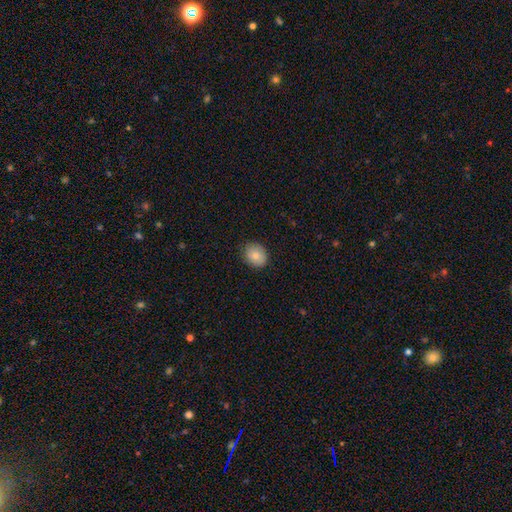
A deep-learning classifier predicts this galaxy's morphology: Smooth or featured? smooth (79%)
How rounded? round (57%)
Merging? none (84%)